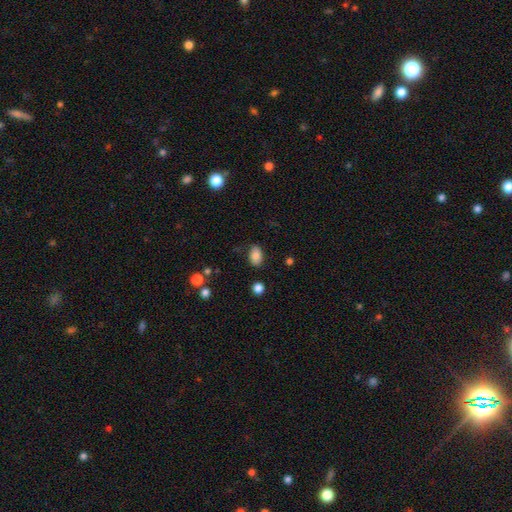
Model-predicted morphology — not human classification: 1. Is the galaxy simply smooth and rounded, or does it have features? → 83% smooth, 9% star or artifact, 8% featured or disk.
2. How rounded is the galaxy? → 89% in between, 10% round, 1% cigar-shaped.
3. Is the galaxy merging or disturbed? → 81% none, 14% minor disturbance, 3% major disturbance, 2% merger.